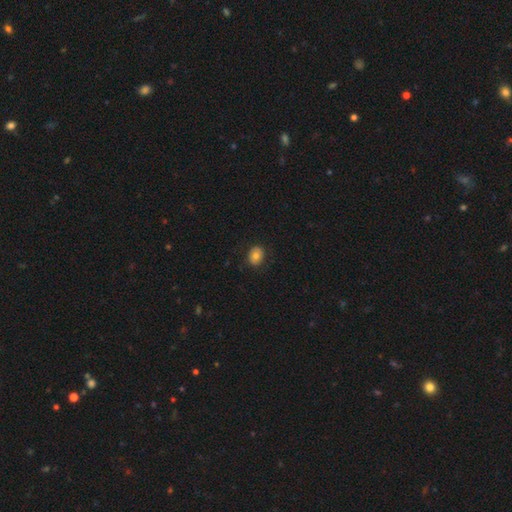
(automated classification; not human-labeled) Smooth or featured? Predicted: smooth (p=0.78). How rounded? Predicted: in between (p=0.50). Merging? Predicted: none (p=0.85).